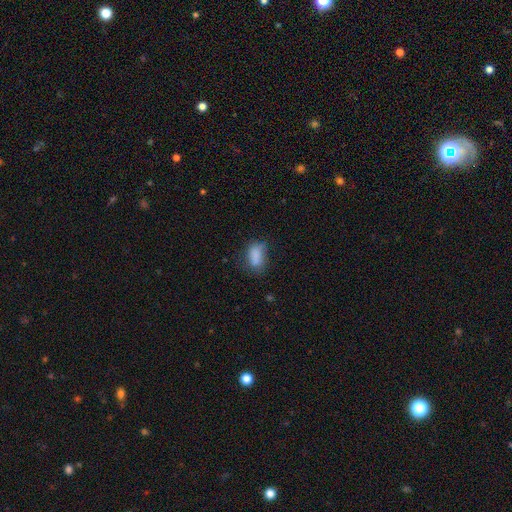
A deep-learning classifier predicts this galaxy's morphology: type=smooth (82%); roundness=in between (88%); merging=none (55%).